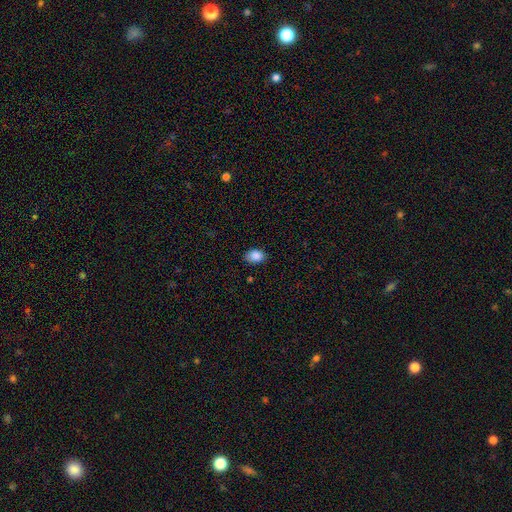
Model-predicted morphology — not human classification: Smooth or featured? Predicted: smooth (p=0.88). How rounded? Predicted: in between (p=0.81). Merging? Predicted: none (p=0.84).